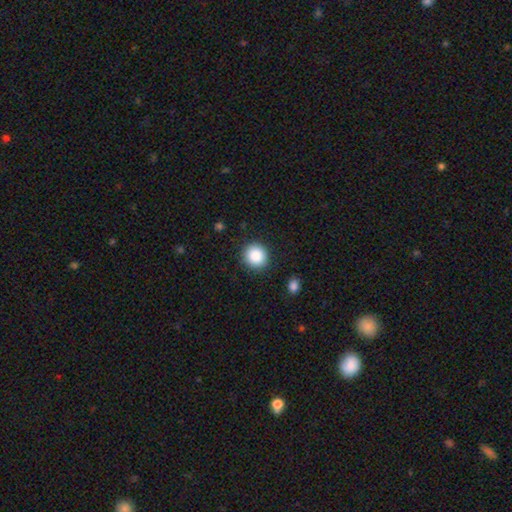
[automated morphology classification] Overall: smooth (88%). How rounded: round (90%). Merging: none (89%).